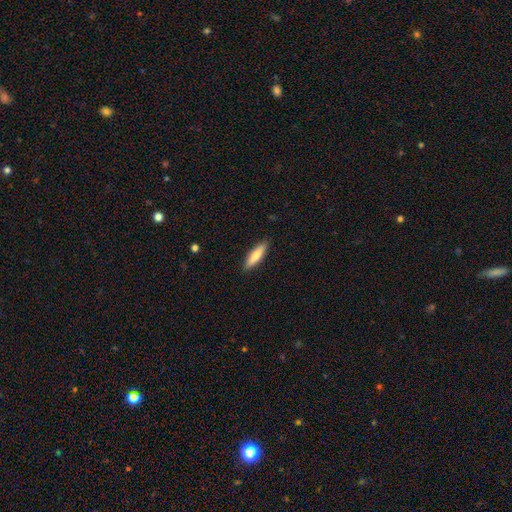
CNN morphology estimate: smooth_or_featured: smooth (p=0.77) [alt: featured or disk p=0.17]
how_rounded: cigar-shaped (p=0.68) [alt: in between p=0.30]
merging: none (p=0.89) [alt: minor disturbance p=0.08]